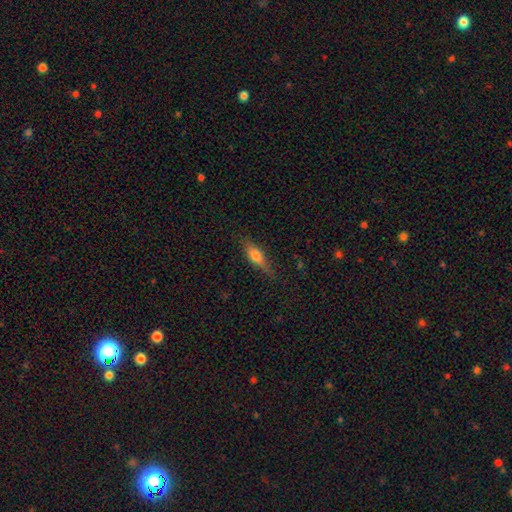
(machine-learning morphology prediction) Smooth or featured? Predicted: smooth (p=0.59). How rounded? Predicted: cigar-shaped (p=0.51). Merging? Predicted: none (p=0.76).